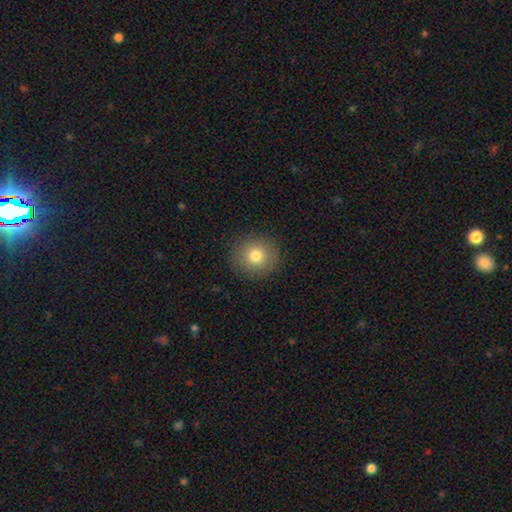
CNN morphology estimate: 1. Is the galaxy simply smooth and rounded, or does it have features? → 79% smooth, 11% star or artifact, 10% featured or disk.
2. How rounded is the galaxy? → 91% round, 8% in between, 1% cigar-shaped.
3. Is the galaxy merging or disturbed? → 90% none, 7% minor disturbance, 2% major disturbance, 1% merger.